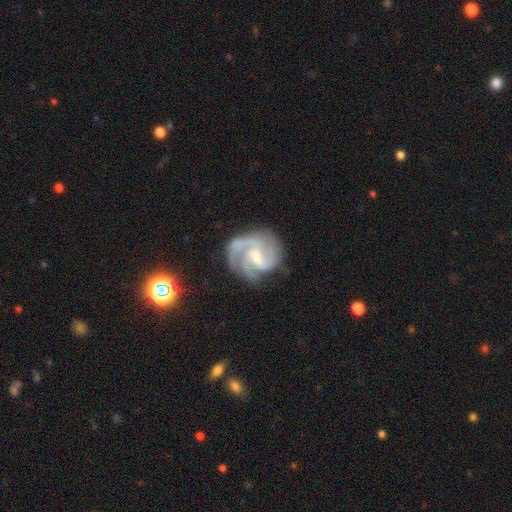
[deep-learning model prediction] A featured or disk galaxy (89%) with a weak bar (55%), 3 (52%) medium (50%) spiral arms (98%) and a small central bulge (49%). Merging: none (65%).